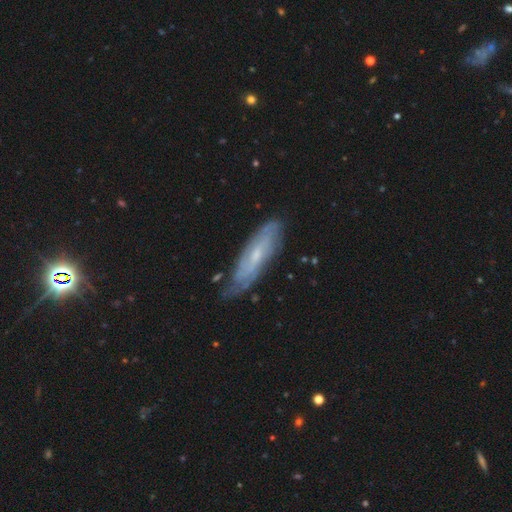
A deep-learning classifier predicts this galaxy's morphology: Smooth or featured?
  - featured or disk: 69% *
  - smooth: 23%
  - star or artifact: 8%
Edge-on disk?
  - no: 72% *
  - yes: 28%
Bar?
  - no: 57% *
  - weak: 35%
  - strong: 8%
Spiral arms?
  - yes: 86% *
  - no: 14%
Bulge size?
  - small: 68% *
  - moderate: 25%
  - none: 4%
  - large: 1%
  - dominant: 1%
Merging?
  - none: 72% *
  - minor disturbance: 21%
  - major disturbance: 5%
  - merger: 2%